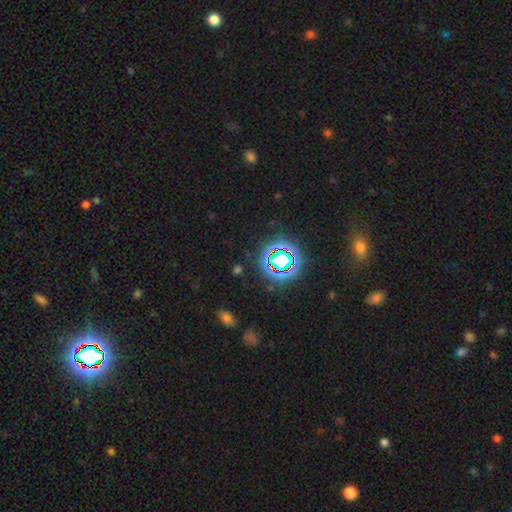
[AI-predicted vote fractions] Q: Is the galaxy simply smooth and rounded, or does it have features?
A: star or artifact — 75%.